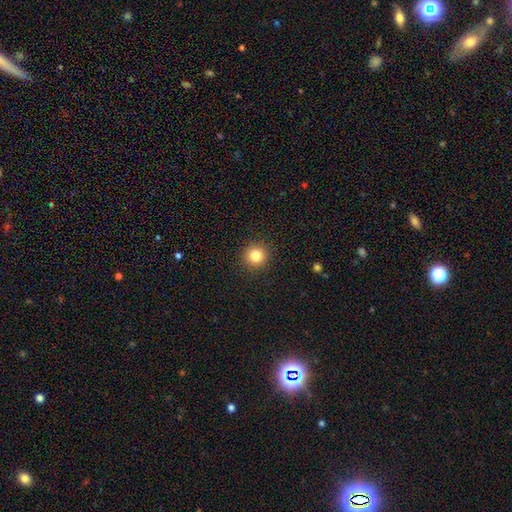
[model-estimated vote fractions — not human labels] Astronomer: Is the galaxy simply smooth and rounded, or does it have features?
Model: smooth — 83%.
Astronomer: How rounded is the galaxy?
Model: round — 94%.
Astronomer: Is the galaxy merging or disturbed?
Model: none — 92%.